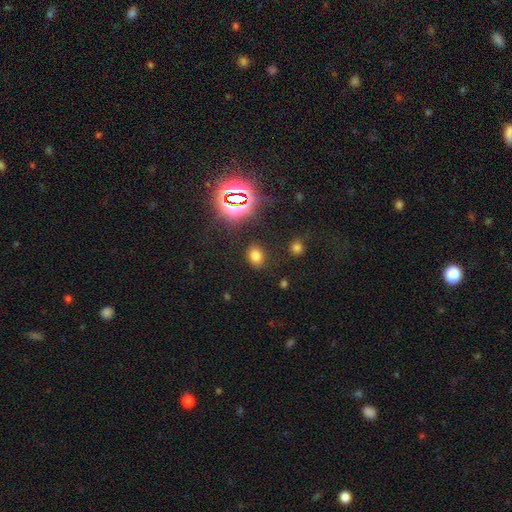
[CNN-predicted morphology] Overall: smooth (69%). How rounded: in between (61%; round 37%). Merging: none (85%).